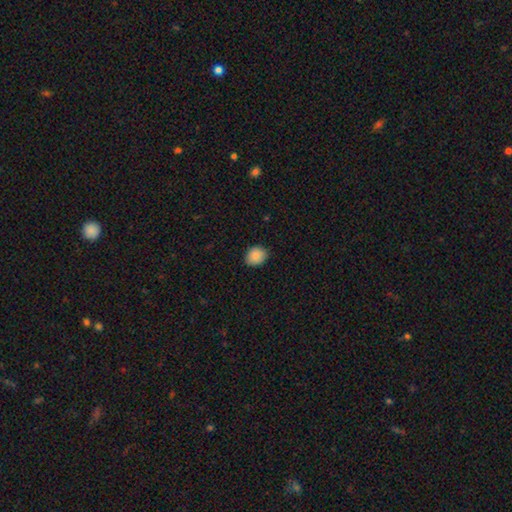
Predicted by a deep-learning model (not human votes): A smooth galaxy with no disk features (88%) that is round (62%). Merging: none (86%).